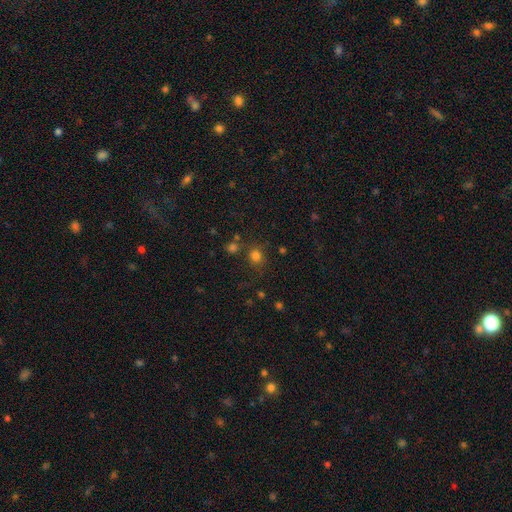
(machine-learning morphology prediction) Q: Smooth or featured?
A: smooth (77%); runner-up: star or artifact (17%)
Q: How rounded?
A: round (80%); runner-up: in between (19%)
Q: Merging?
A: none (76%); runner-up: minor disturbance (11%)